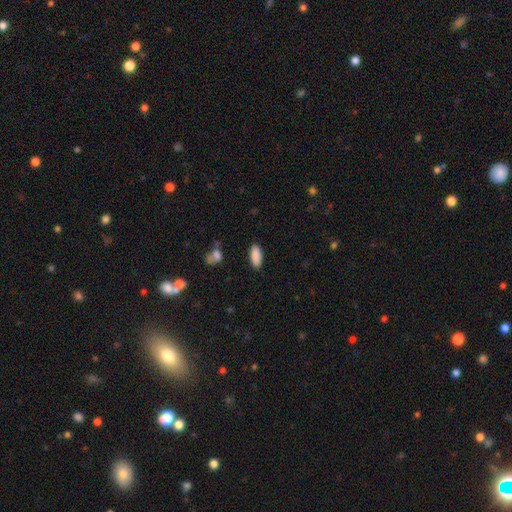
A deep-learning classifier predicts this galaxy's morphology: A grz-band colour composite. It shows a smooth galaxy with no disk features (89%) that is in between round and cigar-shaped (83%). Merging: none (86%).